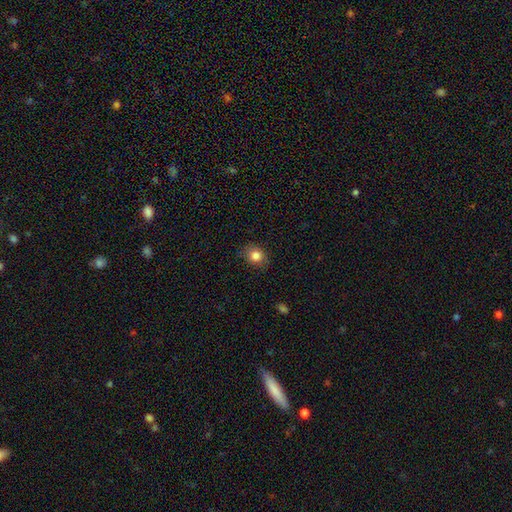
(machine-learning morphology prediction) smooth 83%, star or artifact 11%, featured or disk 6%. Down the decision tree: how rounded — round (73%); merging — none (81%).